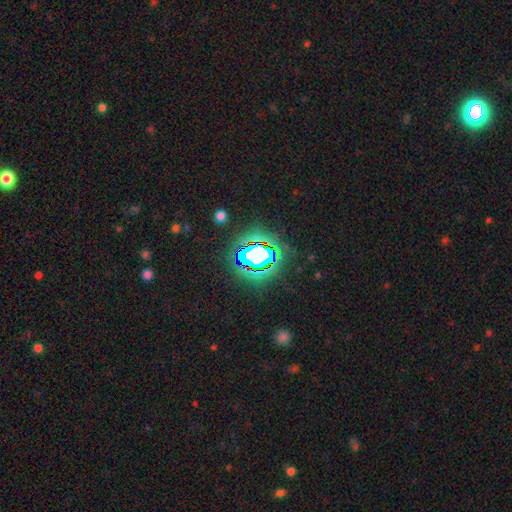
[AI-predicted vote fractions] A star or artifact, not a galaxy (67%).

Vote fractions:
- Smooth or featured? star or artifact: 67% / smooth: 20% / featured or disk: 14%